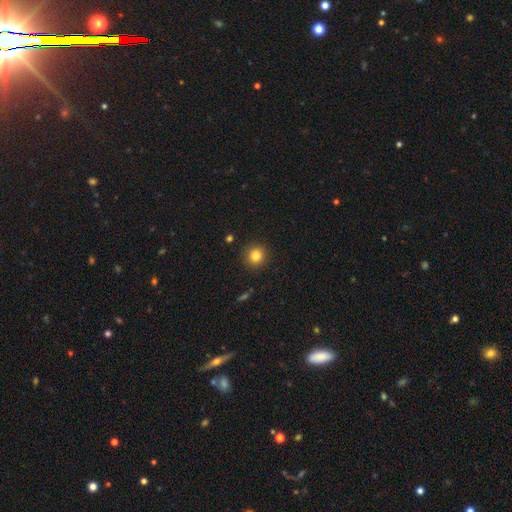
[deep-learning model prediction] Smooth or featured? smooth (83%)
How rounded? round (91%)
Merging? none (91%)